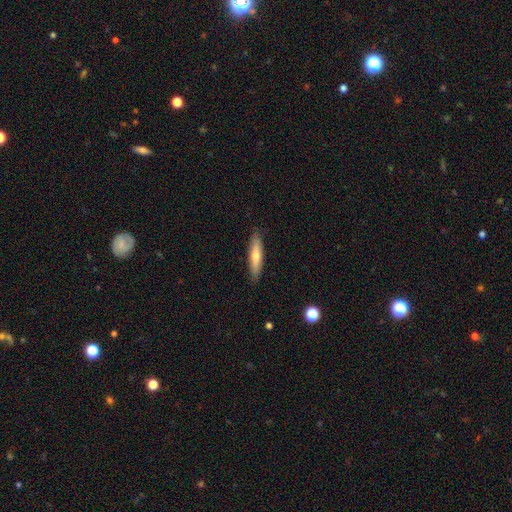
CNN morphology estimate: type=smooth (61%); roundness=cigar-shaped (81%); merging=none (88%).